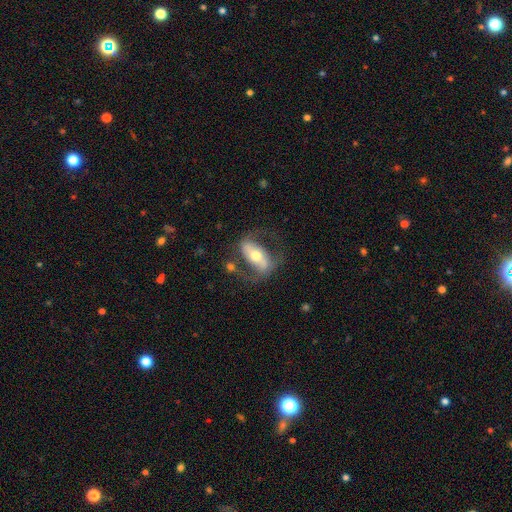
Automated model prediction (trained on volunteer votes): smooth-or-featured: featured or disk: 68% | smooth: 26% | star or artifact: 6%
  disk-edge-on: no: 88% | yes: 12%
    bar: strong: 50% | no: 26% | weak: 24%
    has-spiral-arms: yes: 74% | no: 26%
    bulge-size: moderate: 64% | small: 25% | large: 8% | dominant: 1% | none: 1%
  merging: none: 60% | minor disturbance: 19% | major disturbance: 18% | merger: 4%